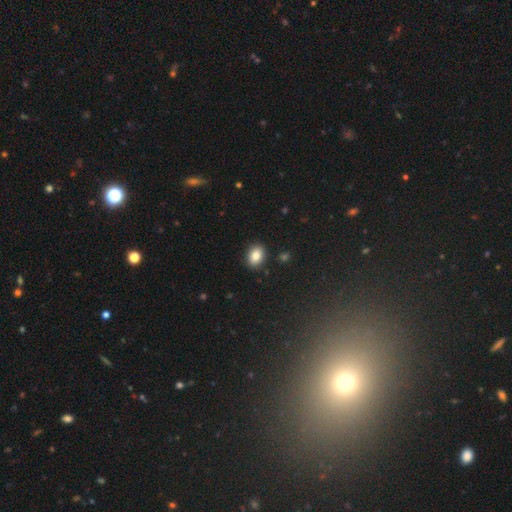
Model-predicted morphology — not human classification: Q: Smooth or featured?
A: smooth (85%); runner-up: star or artifact (8%)
Q: How rounded?
A: in between (75%); runner-up: round (23%)
Q: Merging?
A: none (89%); runner-up: minor disturbance (8%)